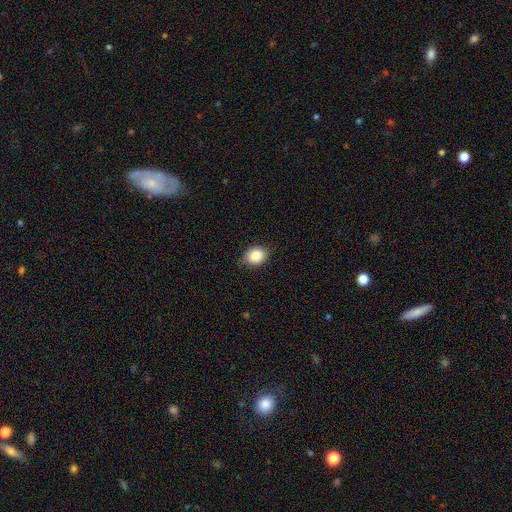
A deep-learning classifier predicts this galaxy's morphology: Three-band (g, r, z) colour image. It shows a smooth galaxy with no disk features (85%) that is in between round and cigar-shaped (55%). Merging: none (79%).